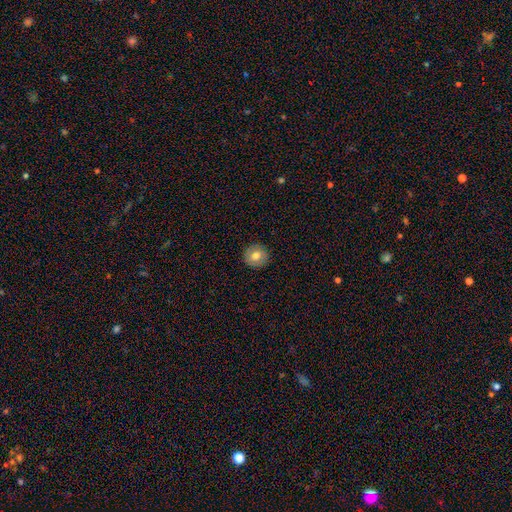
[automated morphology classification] smooth 75%, featured or disk 16%, star or artifact 8%. Down the decision tree: how rounded — round (93%); merging — none (91%).